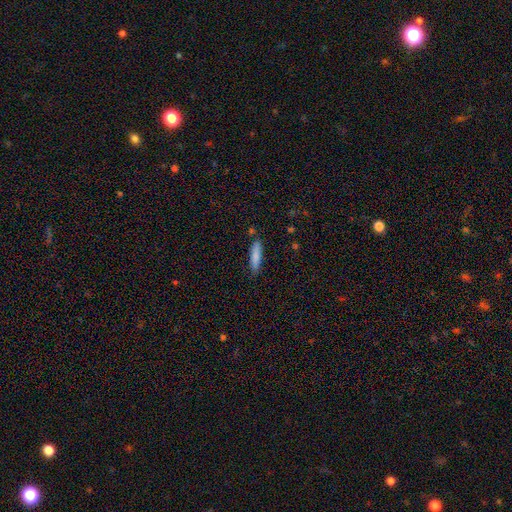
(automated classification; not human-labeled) Smooth or featured?
  - smooth: 83% *
  - featured or disk: 10%
  - star or artifact: 6%
How rounded?
  - cigar-shaped: 83% *
  - in between: 16%
  - round: 1%
Merging?
  - none: 83% *
  - minor disturbance: 12%
  - merger: 3%
  - major disturbance: 2%